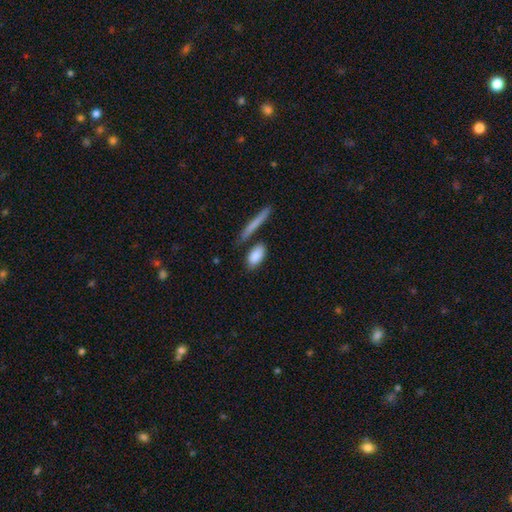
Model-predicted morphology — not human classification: smooth_or_featured: smooth (p=0.85) [alt: featured or disk p=0.09]
how_rounded: in between (p=0.82) [alt: cigar-shaped p=0.13]
merging: none (p=0.67) [alt: minor disturbance p=0.16]